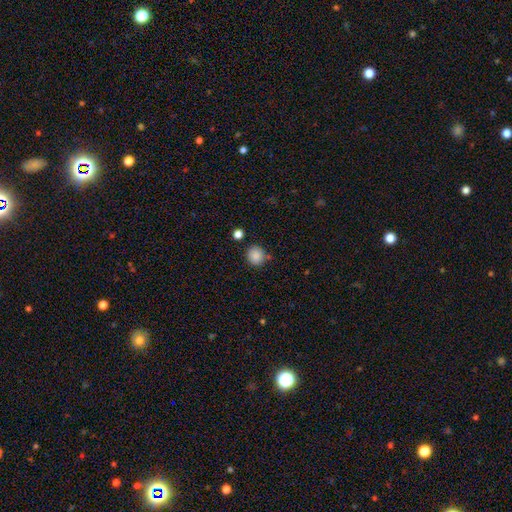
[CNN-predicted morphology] Overall: smooth (86%). How rounded: round (88%). Merging: none (80%).